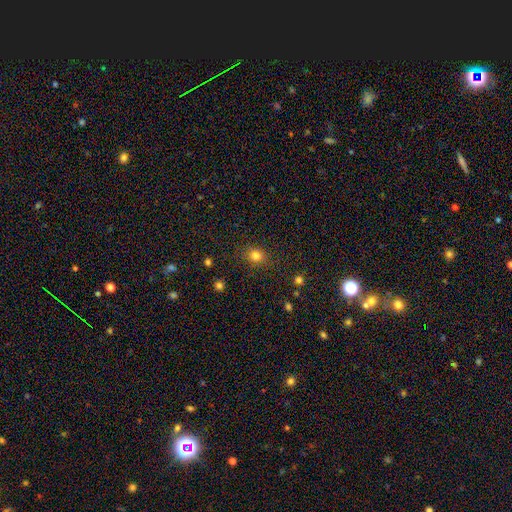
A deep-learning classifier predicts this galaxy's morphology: Smooth or featured: smooth — 81% (star or artifact — 14%)
How rounded: round — 71% (in between — 28%)
Merging: none — 85% (minor disturbance — 10%)